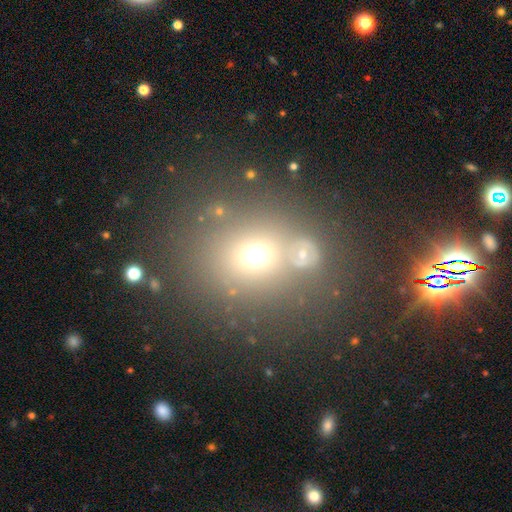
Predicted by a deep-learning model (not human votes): Morphology: type=smooth (57%); roundness=round (75%); merging=none (60%).